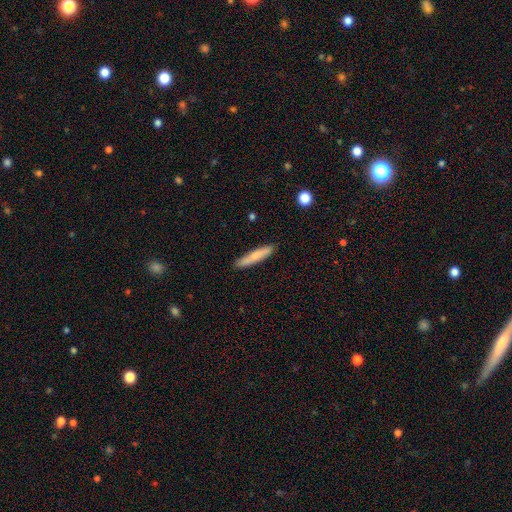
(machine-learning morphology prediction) Smooth or featured: smooth — 76% (featured or disk — 18%)
How rounded: cigar-shaped — 90% (in between — 8%)
Merging: none — 85% (minor disturbance — 11%)